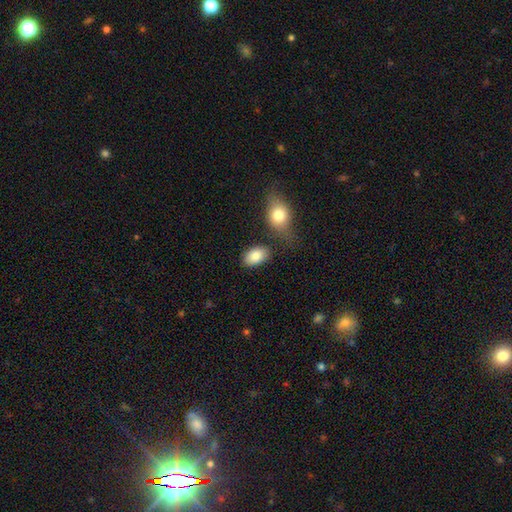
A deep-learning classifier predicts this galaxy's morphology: Q: Smooth or featured?
A: smooth (85%); runner-up: featured or disk (8%)
Q: How rounded?
A: in between (89%); runner-up: round (9%)
Q: Merging?
A: none (74%); runner-up: minor disturbance (12%)